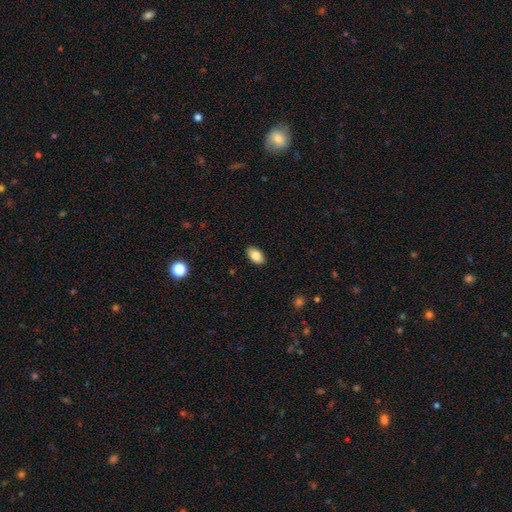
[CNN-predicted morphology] This appears to be a smooth galaxy with no disk features (87%) that is in between round and cigar-shaped (93%). Merging: none (88%).